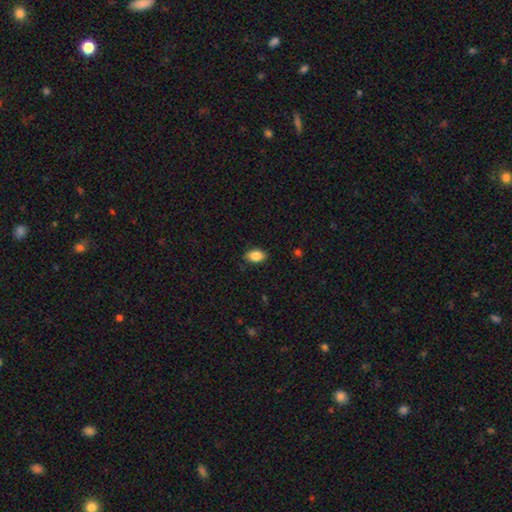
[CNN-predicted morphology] Overall: smooth (86%). How rounded: in between (88%). Merging: none (86%).